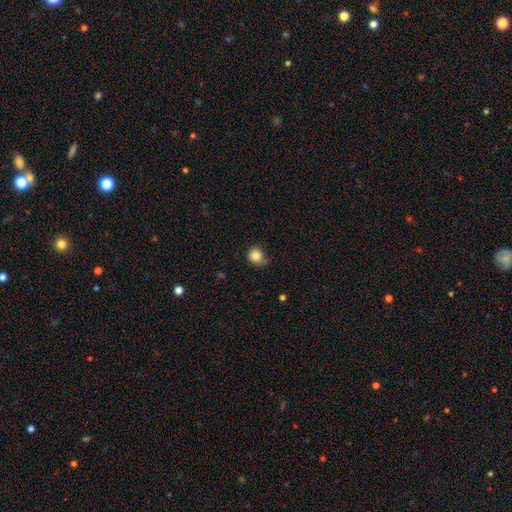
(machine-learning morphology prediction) A smooth galaxy with no disk features (84%) that is round (78%). Merging: none (63%).